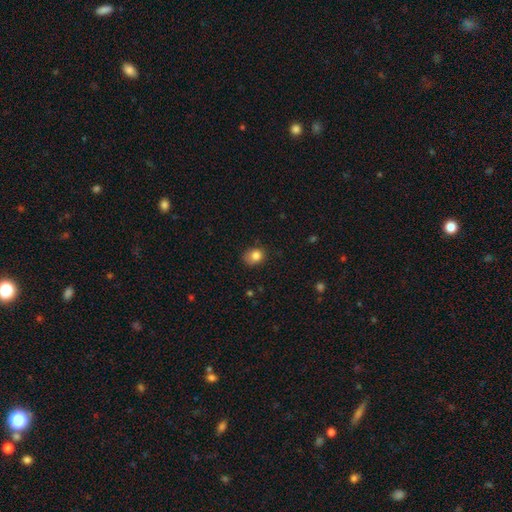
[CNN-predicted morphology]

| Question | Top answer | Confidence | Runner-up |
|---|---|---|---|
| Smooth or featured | smooth | 81% | star or artifact (10%) |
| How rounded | round | 52% | in between (47%) |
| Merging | none | 59% | minor disturbance (31%) |